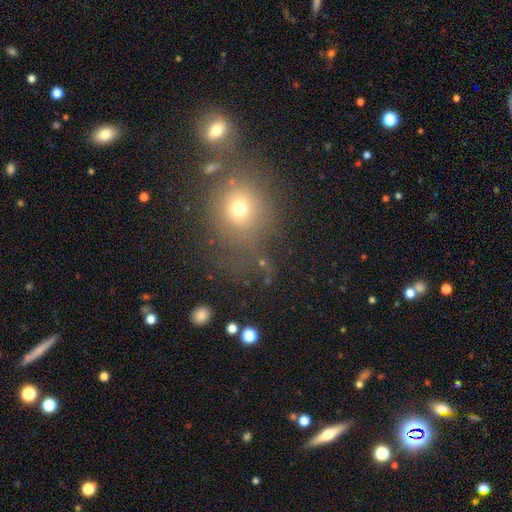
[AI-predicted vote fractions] This appears to be a smooth galaxy with no disk features (56%) that is round (71%). Merging: none (74%).